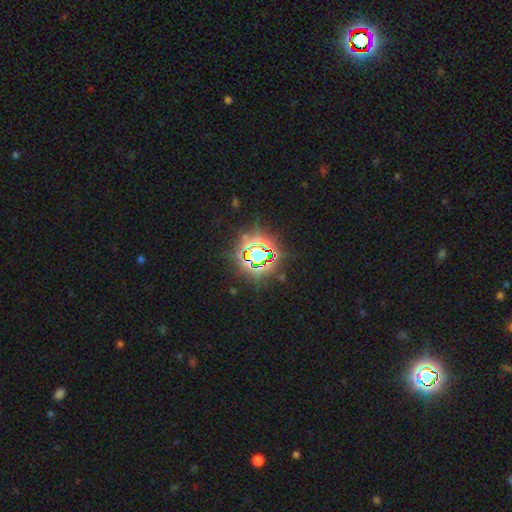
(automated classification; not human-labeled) A star or artifact, not a galaxy (76%).

Vote fractions:
- Smooth or featured? star or artifact: 76% / smooth: 14% / featured or disk: 10%